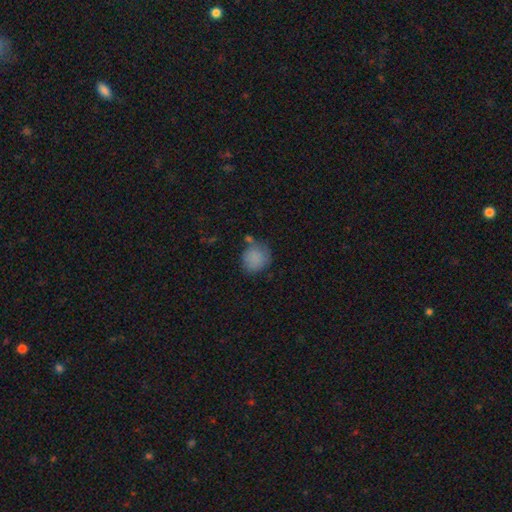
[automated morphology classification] Smooth or featured?
  - smooth: 85% *
  - star or artifact: 9%
  - featured or disk: 6%
How rounded?
  - round: 85% *
  - in between: 14%
  - cigar-shaped: 1%
Merging?
  - none: 64% *
  - minor disturbance: 20%
  - merger: 10%
  - major disturbance: 6%